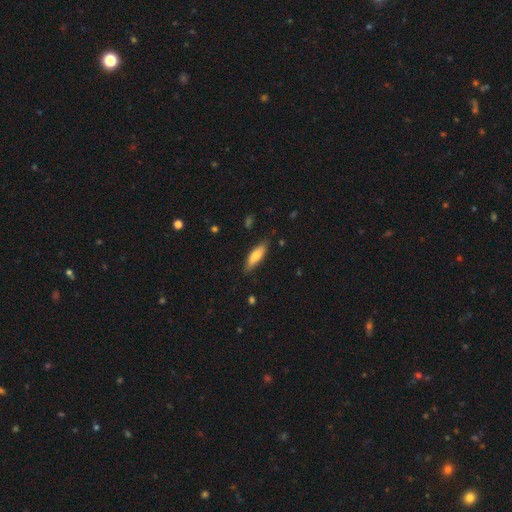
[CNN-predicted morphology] smooth_or_featured: smooth (p=0.78) [alt: featured or disk p=0.16]
how_rounded: cigar-shaped (p=0.52) [alt: in between p=0.46]
merging: none (p=0.82) [alt: minor disturbance p=0.14]